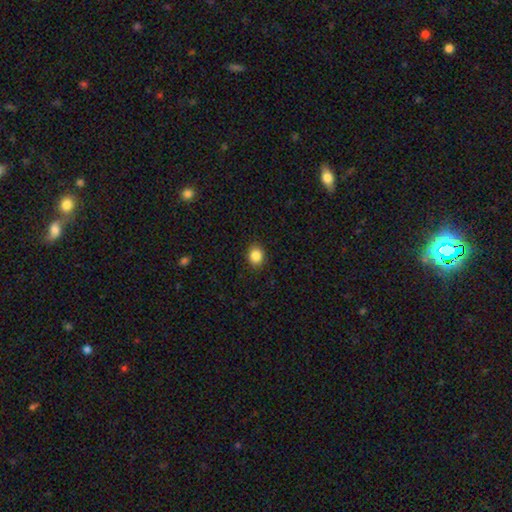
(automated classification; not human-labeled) Q: Smooth or featured?
A: smooth (86%); runner-up: star or artifact (10%)
Q: How rounded?
A: round (66%); runner-up: in between (33%)
Q: Merging?
A: none (89%); runner-up: minor disturbance (8%)